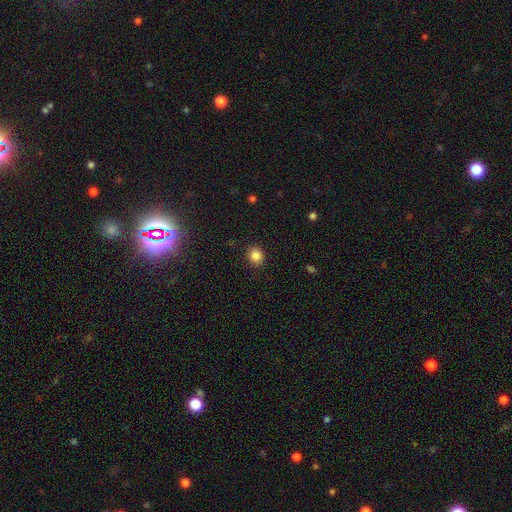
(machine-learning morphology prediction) Q: Smooth or featured?
A: smooth (85%); runner-up: star or artifact (11%)
Q: How rounded?
A: round (80%); runner-up: in between (19%)
Q: Merging?
A: none (90%); runner-up: minor disturbance (7%)